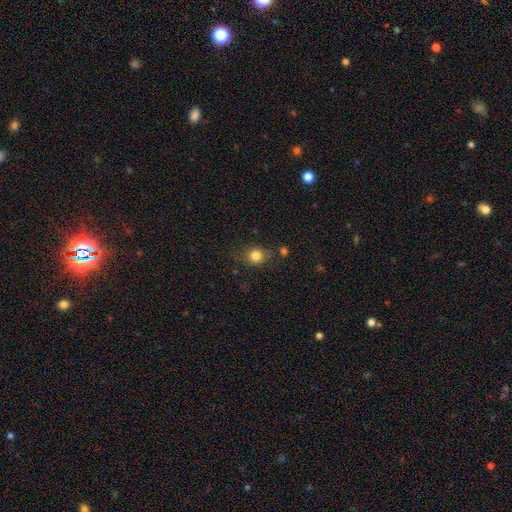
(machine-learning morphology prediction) smooth-or-featured: smooth: 80% | star or artifact: 12% | featured or disk: 7%
  how-rounded: round: 76% | in between: 23% | cigar-shaped: 1%
  merging: none: 74% | minor disturbance: 17% | major disturbance: 5% | merger: 4%